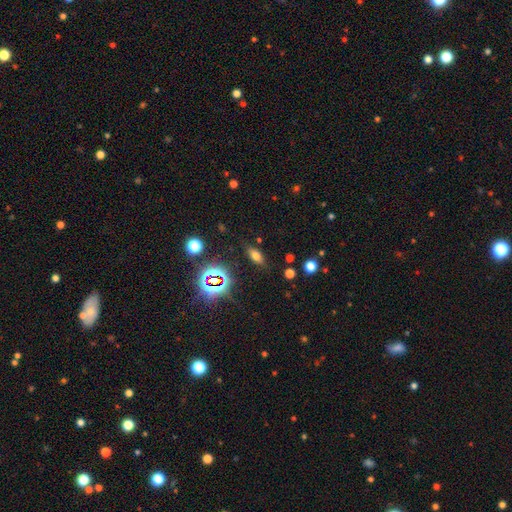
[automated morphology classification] smooth-or-featured: smooth: 64% | star or artifact: 24% | featured or disk: 12%
  how-rounded: in between: 81% | cigar-shaped: 11% | round: 8%
  merging: none: 83% | minor disturbance: 11% | major disturbance: 4% | merger: 2%